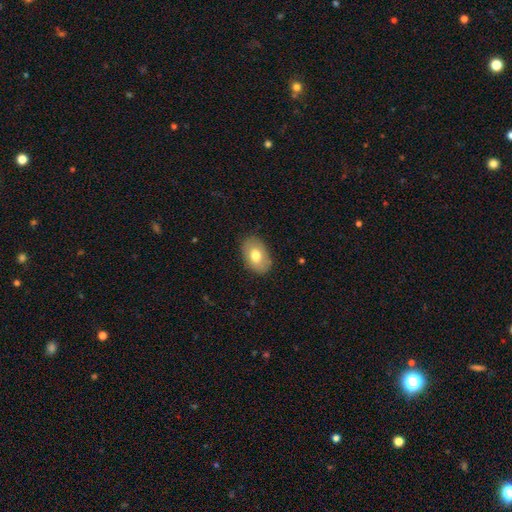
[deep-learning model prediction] Smooth or featured: smooth — 72% (featured or disk — 20%)
How rounded: in between — 88% (round — 11%)
Merging: none — 84% (minor disturbance — 12%)